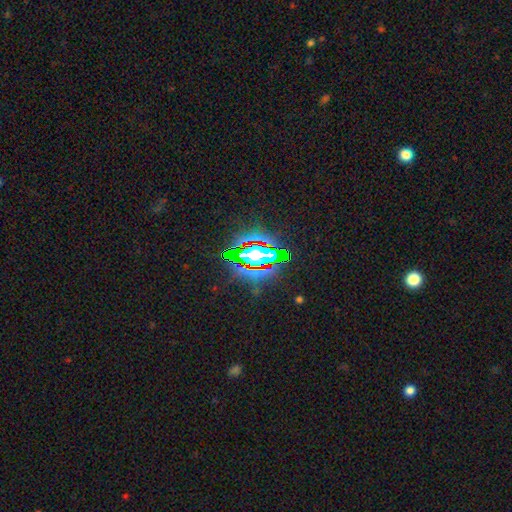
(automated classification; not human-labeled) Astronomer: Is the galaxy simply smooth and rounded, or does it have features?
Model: star or artifact — 78%.